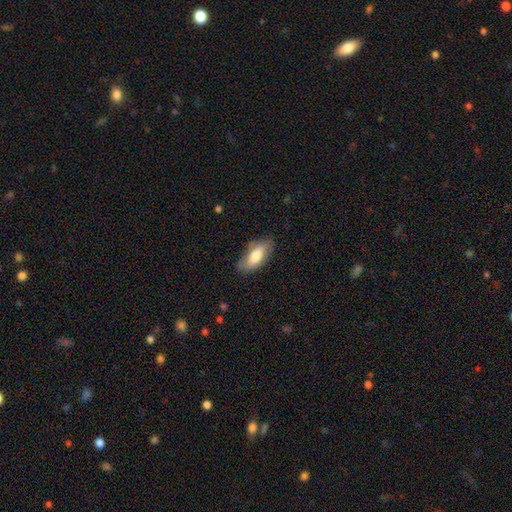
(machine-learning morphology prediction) type=smooth (75%); roundness=in between (83%); merging=none (77%).